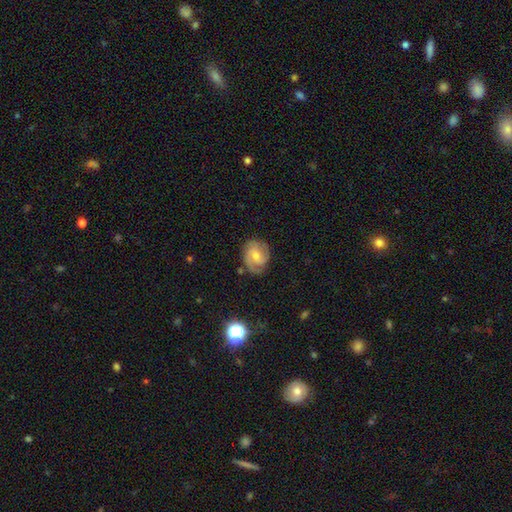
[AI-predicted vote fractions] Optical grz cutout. It shows a featured or disk galaxy (68%) with no bar (46%), 2 (62%) tight (45%) spiral arms (91%) and a moderate central bulge (50%). Merging: none (70%).